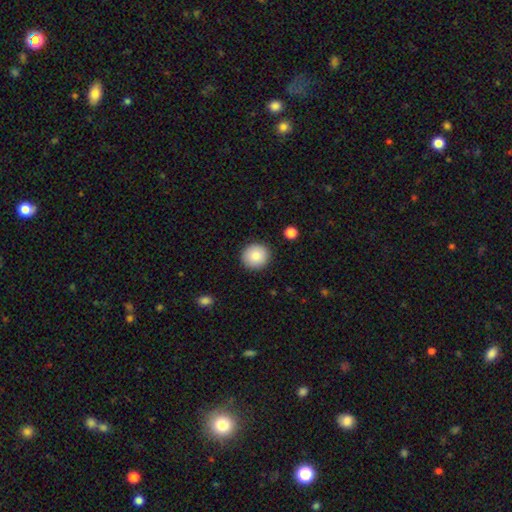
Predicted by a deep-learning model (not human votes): Overall: smooth (85%). How rounded: round (91%). Merging: none (91%).